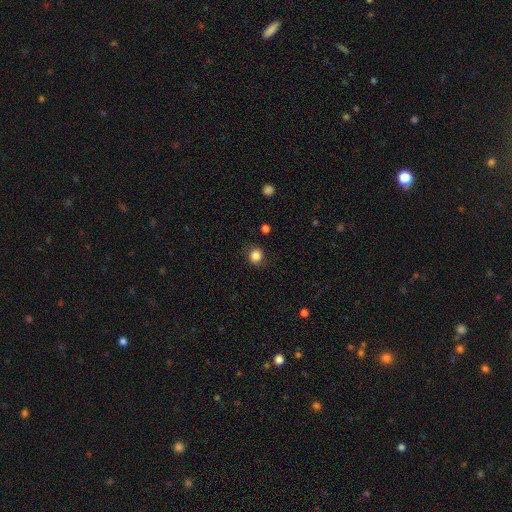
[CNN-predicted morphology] This is clearly a smooth galaxy (84%). How rounded: clearly round (86%). Merging: clearly none (83%).